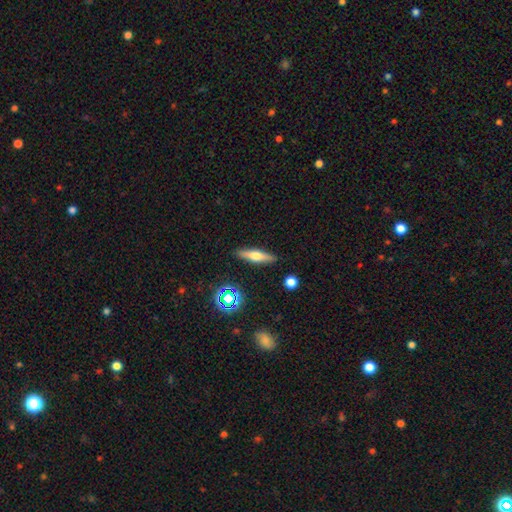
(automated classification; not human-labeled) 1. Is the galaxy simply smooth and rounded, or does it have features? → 45% featured or disk (tied), 45% smooth (tied), 10% star or artifact.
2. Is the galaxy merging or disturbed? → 89% none, 8% minor disturbance, 2% major disturbance, 2% merger.